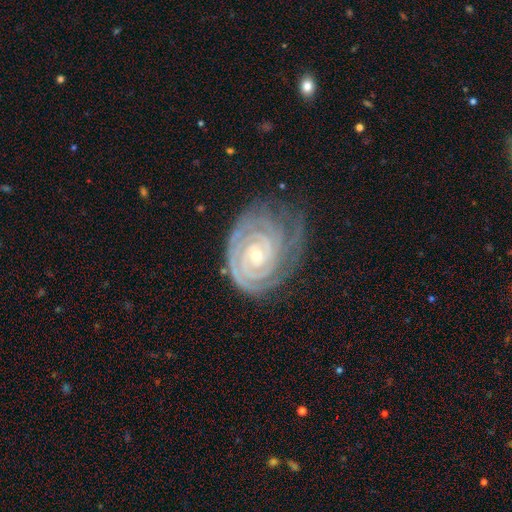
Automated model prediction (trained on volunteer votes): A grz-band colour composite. It shows a featured or disk galaxy (91%) with no bar (65%), 2 (37%) tight (89%) spiral arms (98%) and a small central bulge (68%). Merging: none (66%).